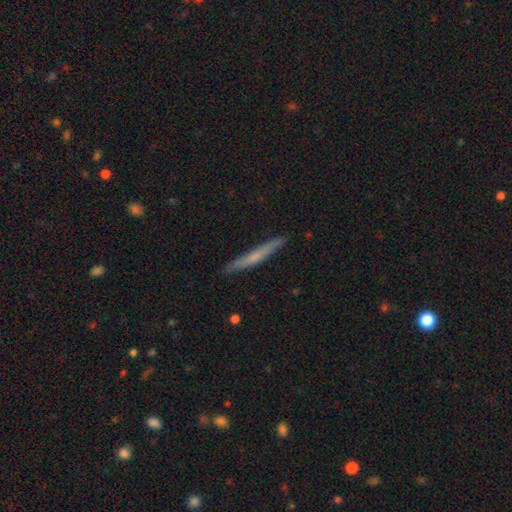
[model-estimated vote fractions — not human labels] smooth 51%, featured or disk 43%, star or artifact 6%. Down the decision tree: how rounded — cigar-shaped (96%); merging — none (90%).